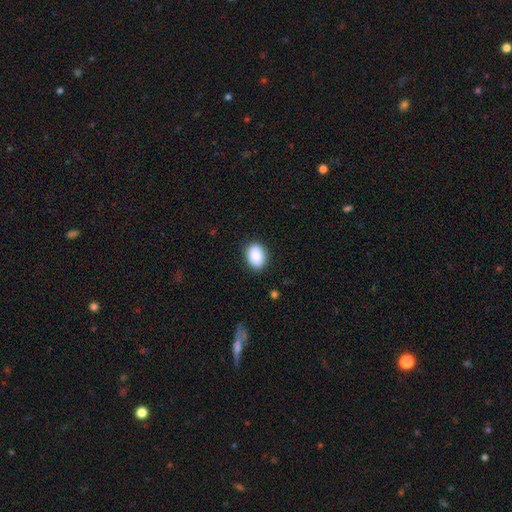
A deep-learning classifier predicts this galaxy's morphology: smooth-or-featured: smooth: 88% | star or artifact: 7% | featured or disk: 5%
  how-rounded: in between: 77% | round: 22% | cigar-shaped: 1%
  merging: none: 86% | minor disturbance: 11% | major disturbance: 2% | merger: 1%